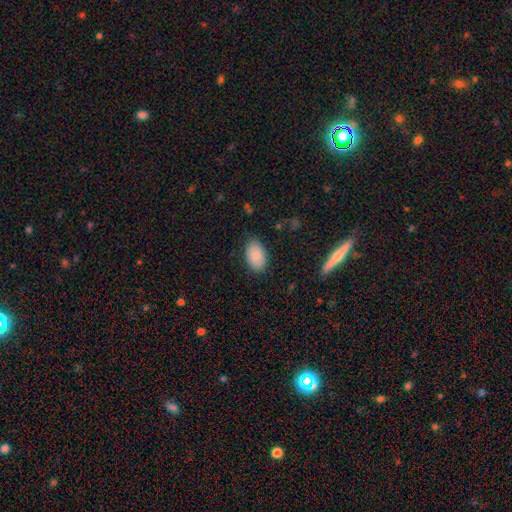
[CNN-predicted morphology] Smooth or featured? Predicted: smooth (p=0.84). How rounded? Predicted: in between (p=0.90). Merging? Predicted: none (p=0.81).